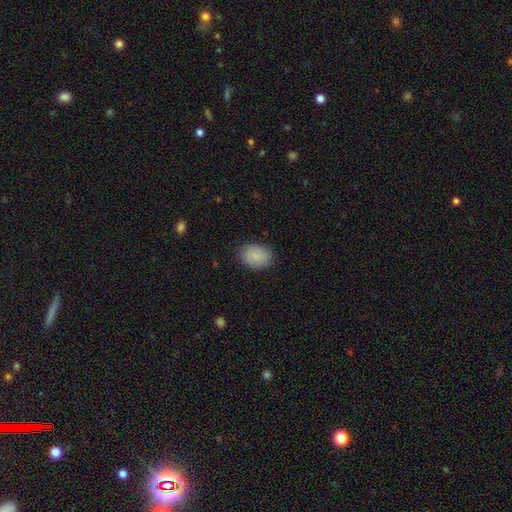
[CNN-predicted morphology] Smooth or featured? Predicted: smooth (p=0.88). How rounded? Predicted: in between (p=0.74). Merging? Predicted: none (p=0.84).